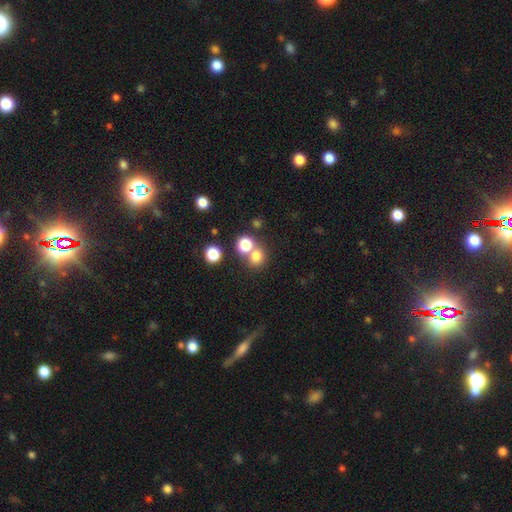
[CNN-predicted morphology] type=smooth (73%); roundness=round (83%); merging=none (57%).